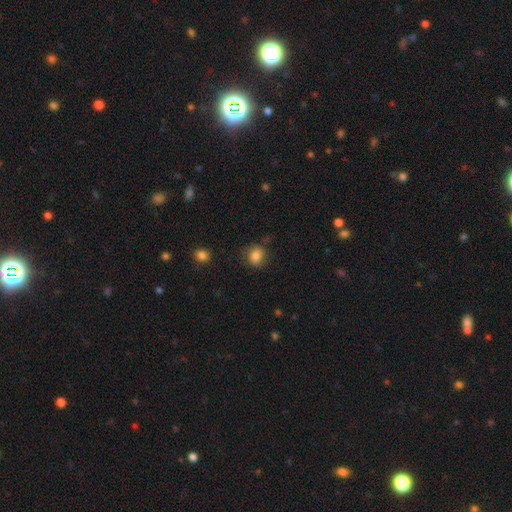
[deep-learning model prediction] Smooth or featured? Predicted: smooth (p=0.83). How rounded? Predicted: round (p=0.73). Merging? Predicted: none (p=0.75).